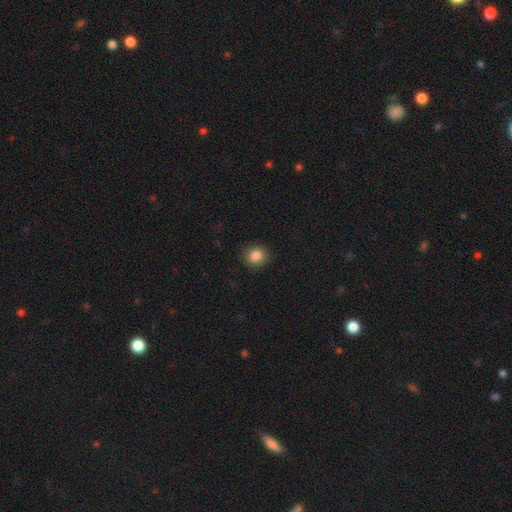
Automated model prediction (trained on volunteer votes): Smooth or featured? smooth (85%)
How rounded? round (88%)
Merging? none (89%)